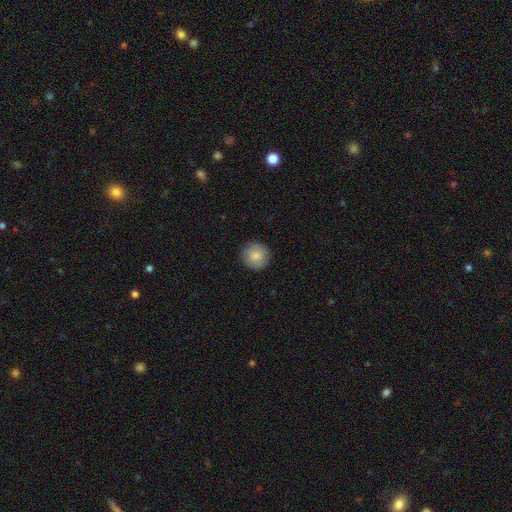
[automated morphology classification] Overall: smooth (81%). How rounded: round (93%). Merging: none (87%).